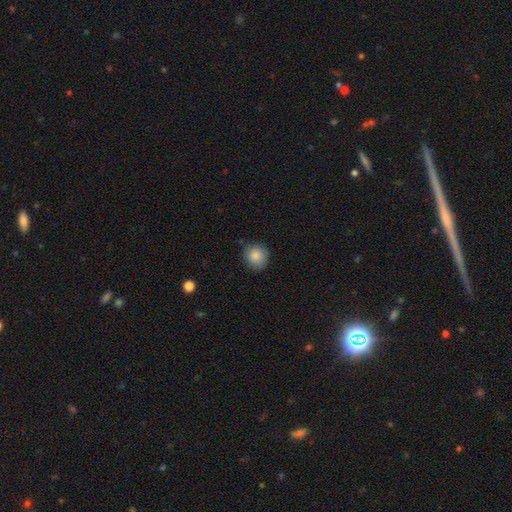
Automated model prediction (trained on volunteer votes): Smooth or featured? Predicted: smooth (p=0.86). How rounded? Predicted: round (p=0.88). Merging? Predicted: none (p=0.81).